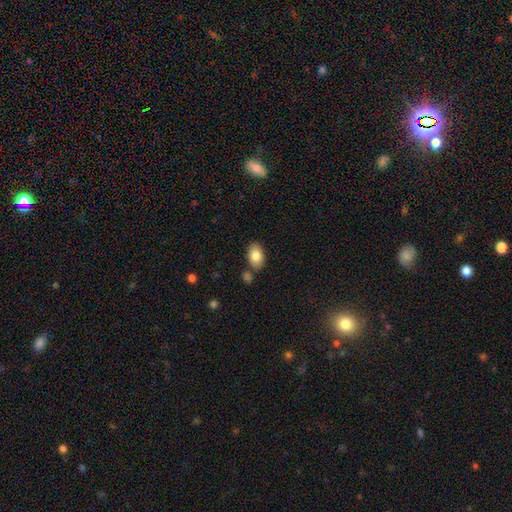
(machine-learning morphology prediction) Smooth or featured? Predicted: smooth (p=0.83). How rounded? Predicted: in between (p=0.91). Merging? Predicted: none (p=0.75).